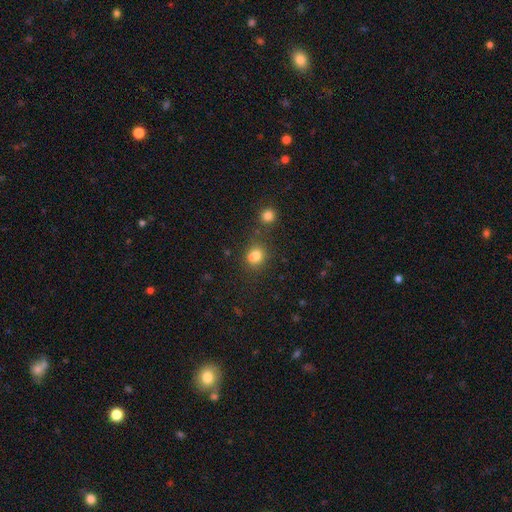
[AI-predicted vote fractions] The model was most divided on "merging": none: 57%, merger: 25%, minor disturbance: 13%, major disturbance: 5%. More confident: smooth or featured — smooth (79%); how rounded — round (68%).